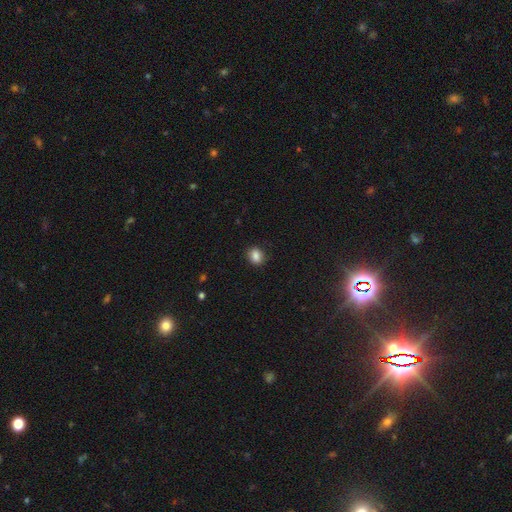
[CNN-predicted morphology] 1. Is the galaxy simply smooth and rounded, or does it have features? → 86% smooth, 10% star or artifact, 5% featured or disk.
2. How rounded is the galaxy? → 55% round, 44% in between, 1% cigar-shaped.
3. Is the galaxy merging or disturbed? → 88% none, 9% minor disturbance, 2% major disturbance, 1% merger.